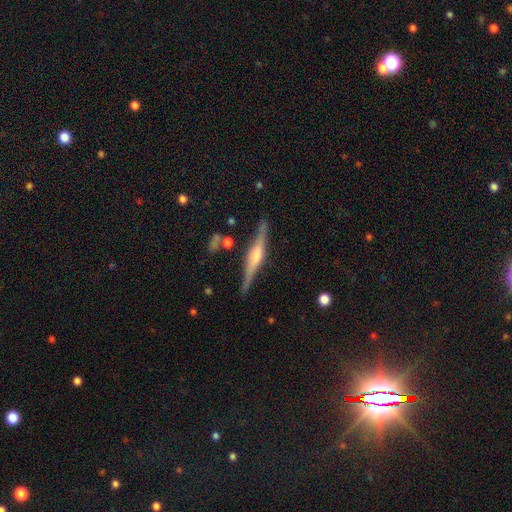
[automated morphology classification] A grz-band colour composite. It shows a featured or disk galaxy (79%) viewed edge-on (97%) with a rounded central bulge (71%). Merging: none (85%).